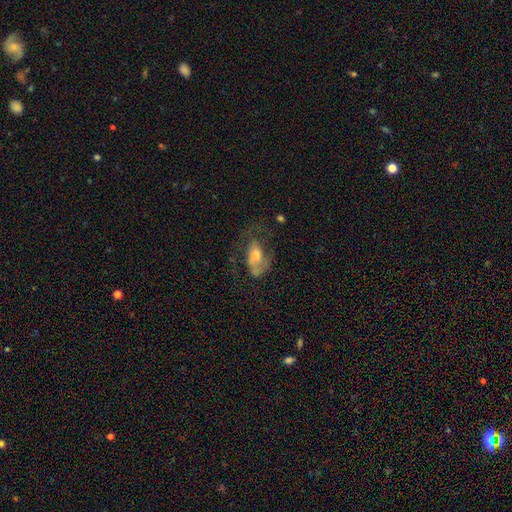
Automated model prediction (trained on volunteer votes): featured or disk 58%, smooth 33%, star or artifact 9%. Down the decision tree: edge-on disk — no (94%); bar — no (66%); spiral arms — yes (69%); bulge size — moderate (54%); merging — major disturbance (39%).